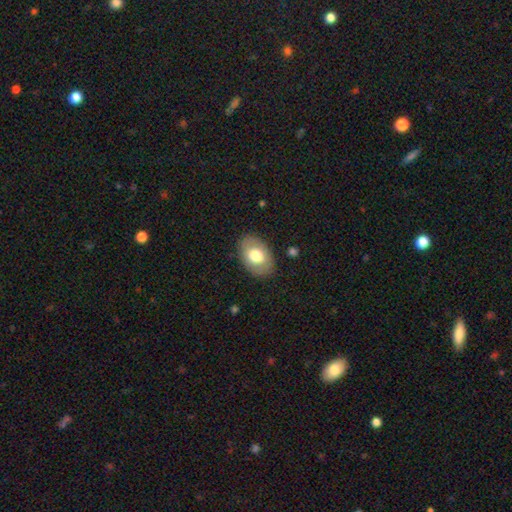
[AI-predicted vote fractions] Overall: smooth (70%). How rounded: in between (85%). Merging: none (85%).